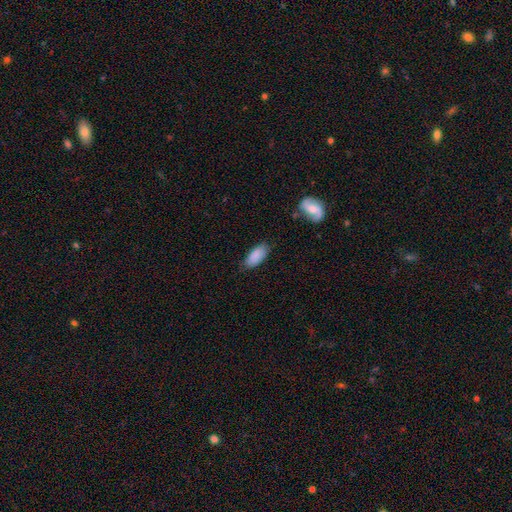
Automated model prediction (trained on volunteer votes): Smooth or featured? smooth (87%)
How rounded? in between (89%)
Merging? none (76%)